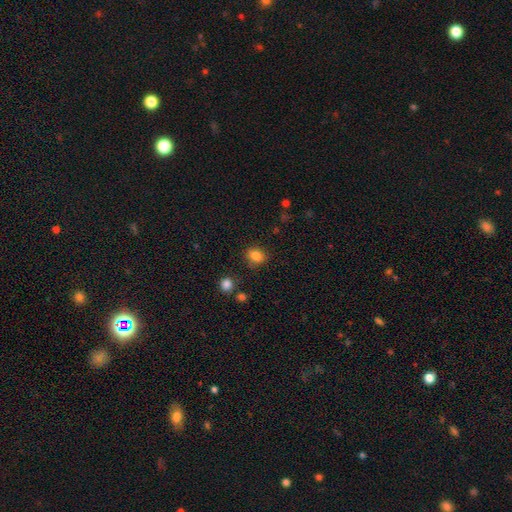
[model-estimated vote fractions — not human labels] smooth_or_featured: smooth (p=0.84) [alt: star or artifact p=0.11]
how_rounded: round (p=0.54) [alt: in between p=0.45]
merging: none (p=0.82) [alt: minor disturbance p=0.12]